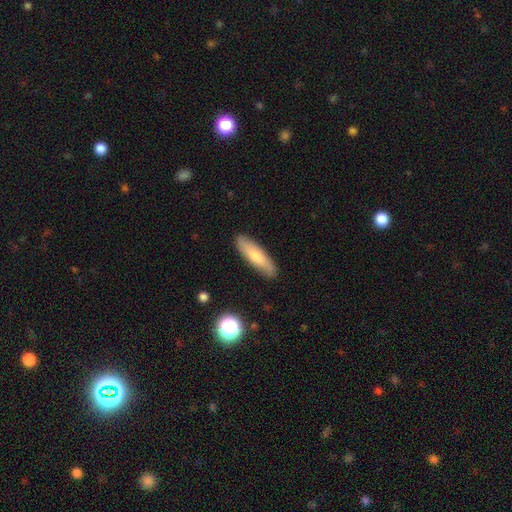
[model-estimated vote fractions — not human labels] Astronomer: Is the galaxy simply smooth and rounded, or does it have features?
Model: smooth — 69%.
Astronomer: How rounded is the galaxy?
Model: cigar-shaped — 60% (runner-up: in between, 38%).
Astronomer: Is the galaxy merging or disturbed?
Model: none — 85%.